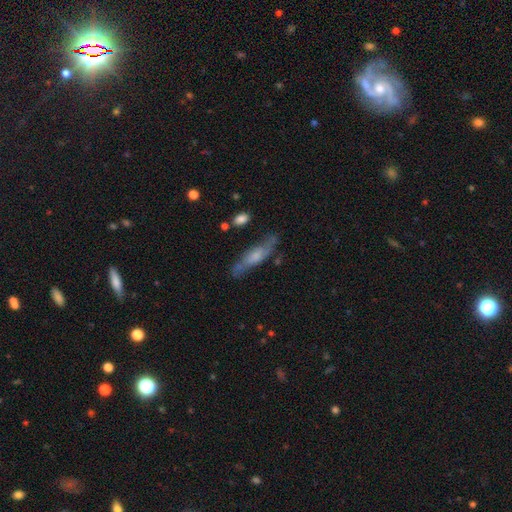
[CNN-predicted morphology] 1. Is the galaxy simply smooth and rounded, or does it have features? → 49% featured or disk, 43% smooth, 7% star or artifact.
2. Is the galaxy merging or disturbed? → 64% none, 23% minor disturbance, 9% major disturbance, 5% merger.